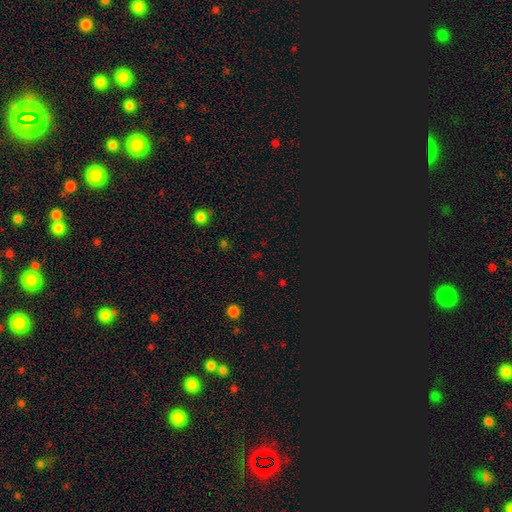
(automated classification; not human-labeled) Smooth or featured?
  - star or artifact: 63% *
  - smooth: 30%
  - featured or disk: 7%